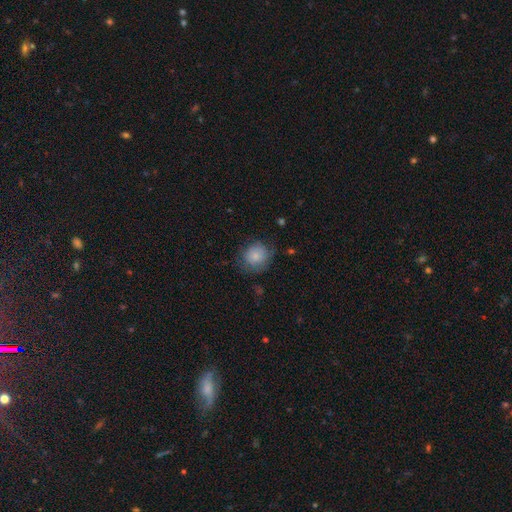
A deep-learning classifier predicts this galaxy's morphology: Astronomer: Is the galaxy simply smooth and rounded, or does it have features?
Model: smooth — 78%.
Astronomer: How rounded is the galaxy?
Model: round — 81%.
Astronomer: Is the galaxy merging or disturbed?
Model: none — 64%.